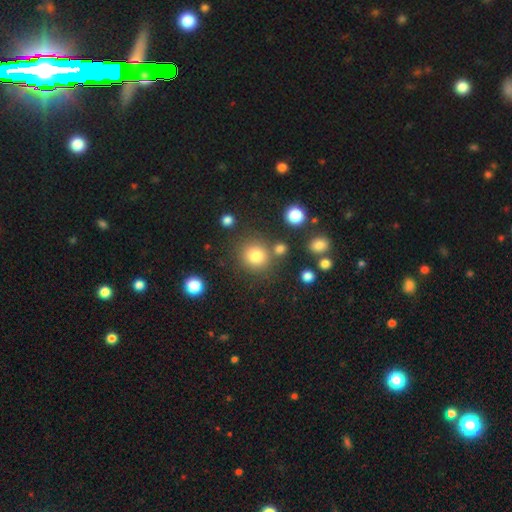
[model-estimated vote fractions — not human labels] This appears to be a smooth galaxy with no disk features (80%) that is round (90%). Merging: none (78%).